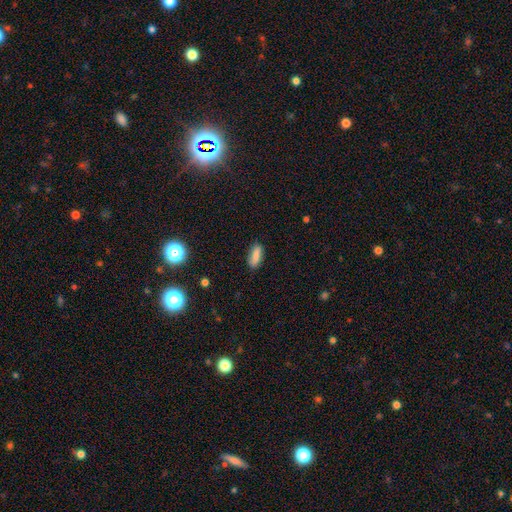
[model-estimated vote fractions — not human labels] smooth_or_featured: smooth (p=0.82) [alt: featured or disk p=0.10]
how_rounded: in between (p=0.71) [alt: cigar-shaped p=0.26]
merging: none (p=0.84) [alt: minor disturbance p=0.12]